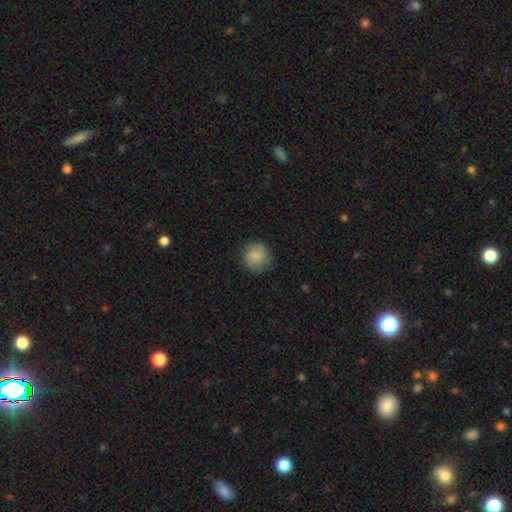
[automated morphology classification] smooth-or-featured: smooth: 86% | star or artifact: 8% | featured or disk: 6%
  how-rounded: round: 91% | in between: 9% | cigar-shaped: 1%
  merging: none: 81% | minor disturbance: 14% | major disturbance: 4% | merger: 1%